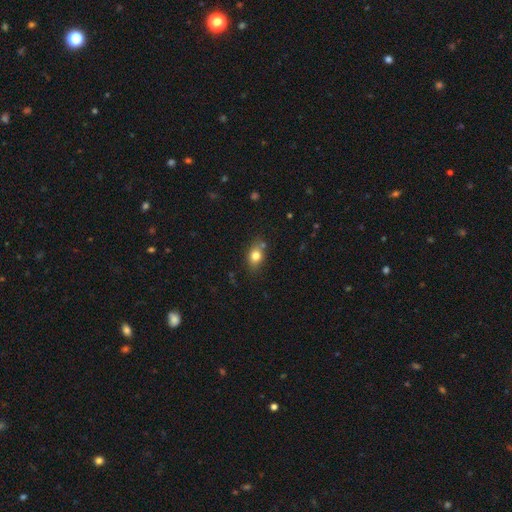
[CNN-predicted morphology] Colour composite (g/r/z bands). It shows a smooth galaxy with no disk features (80%) that is in between round and cigar-shaped (68%). Merging: none (72%).